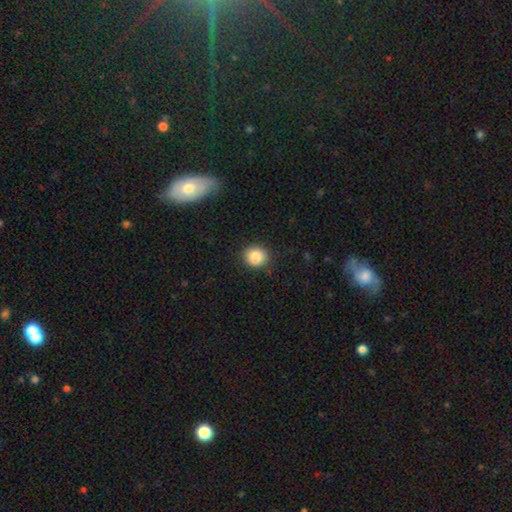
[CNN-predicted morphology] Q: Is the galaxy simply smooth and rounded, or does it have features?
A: smooth — 85%.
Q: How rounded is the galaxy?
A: round — 74%.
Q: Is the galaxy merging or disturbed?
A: none — 81%.